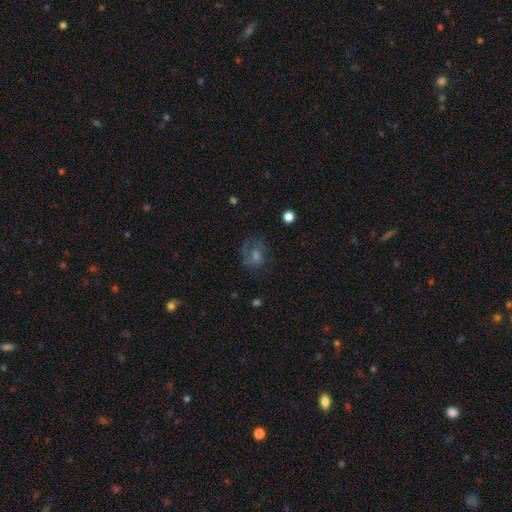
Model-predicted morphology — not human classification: Q: Smooth or featured?
A: featured or disk (50%); runner-up: smooth (29%)
Q: Merging?
A: none (58%); runner-up: major disturbance (20%)